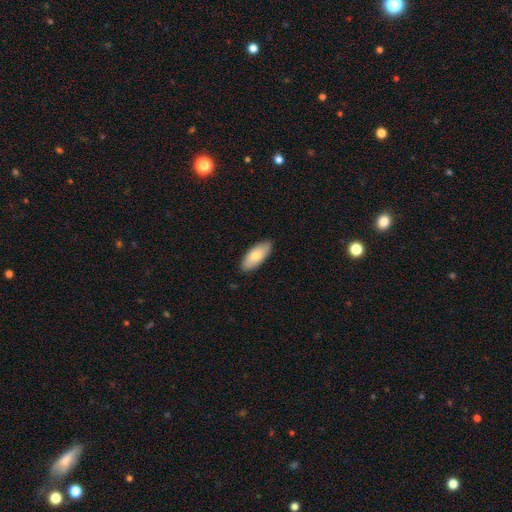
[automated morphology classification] smooth_or_featured: smooth (p=0.78) [alt: featured or disk p=0.16]
how_rounded: in between (p=0.88) [alt: cigar-shaped p=0.10]
merging: none (p=0.86) [alt: minor disturbance p=0.11]